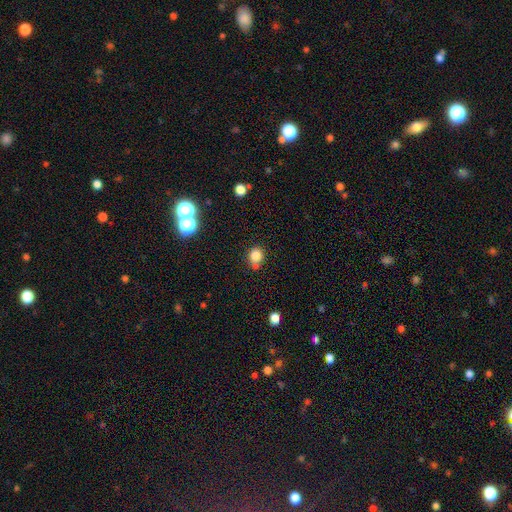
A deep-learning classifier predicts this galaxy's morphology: smooth-or-featured: smooth: 81% | star or artifact: 13% | featured or disk: 6%
  how-rounded: round: 77% | in between: 22% | cigar-shaped: 1%
  merging: none: 59% | minor disturbance: 19% | merger: 16% | major disturbance: 6%